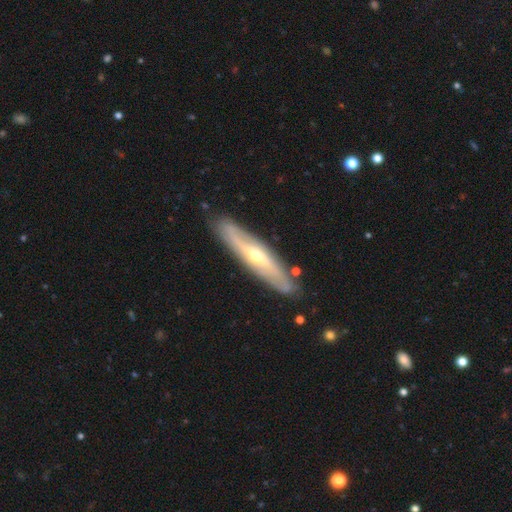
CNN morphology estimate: Smooth or featured: featured or disk — 72% (smooth — 22%)
Edge-on disk: yes — 55% (no — 45%)
Merging: none — 85% (minor disturbance — 11%)